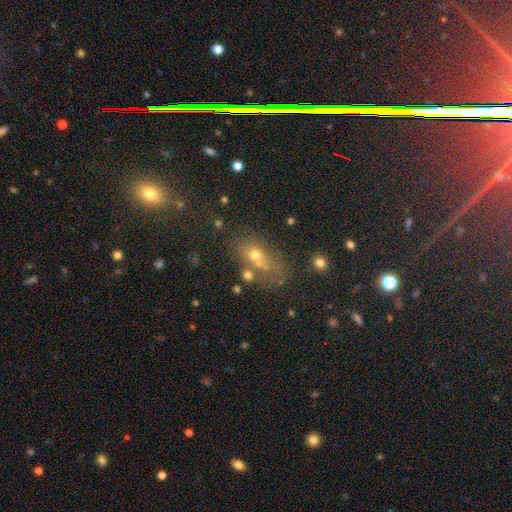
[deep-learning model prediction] A smooth galaxy with no disk features (59%) that is in between round and cigar-shaped (60%).

Vote fractions:
- Smooth or featured? smooth: 59% / star or artifact: 22% / featured or disk: 19%
- How rounded? in between: 60% / round: 33% / cigar-shaped: 7%
- Merging? none: 43% / merger: 28% / minor disturbance: 16% / major disturbance: 13%